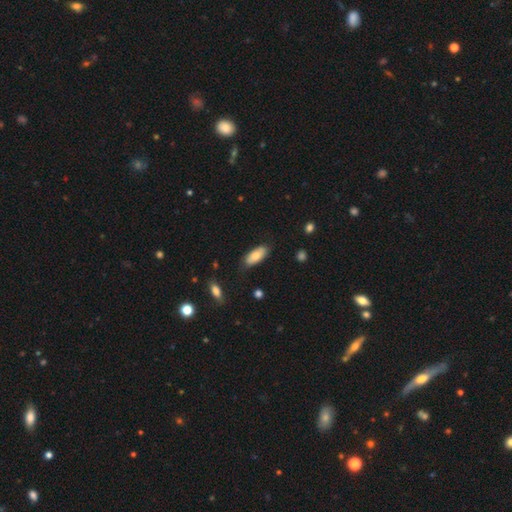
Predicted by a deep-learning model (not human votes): A smooth galaxy with no disk features (75%) that is in between round and cigar-shaped (81%). Merging: none (79%).